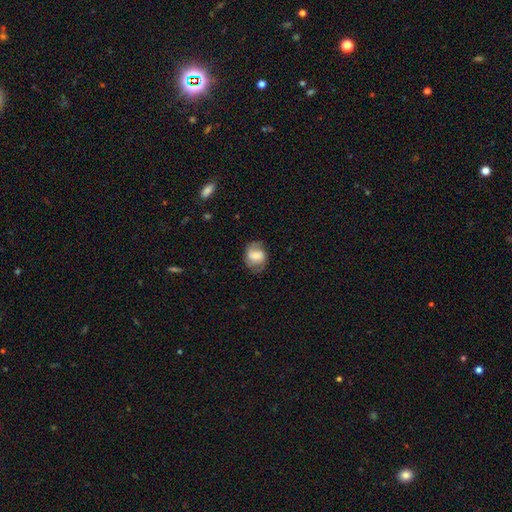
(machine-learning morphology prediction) Smooth or featured?
  - featured or disk: 46% * (tied)
  - smooth: 46% * (tied)
  - star or artifact: 8%
Merging?
  - none: 68% *
  - minor disturbance: 21%
  - major disturbance: 9%
  - merger: 1%